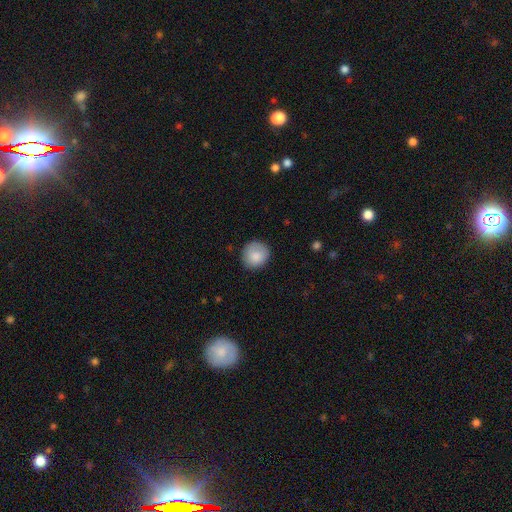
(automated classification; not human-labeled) A smooth galaxy with no disk features (86%) that is round (90%).

Vote fractions:
- Smooth or featured? smooth: 86% / star or artifact: 7% / featured or disk: 7%
- How rounded? round: 90% / in between: 9% / cigar-shaped: 1%
- Merging? none: 84% / minor disturbance: 12% / major disturbance: 3% / merger: 1%